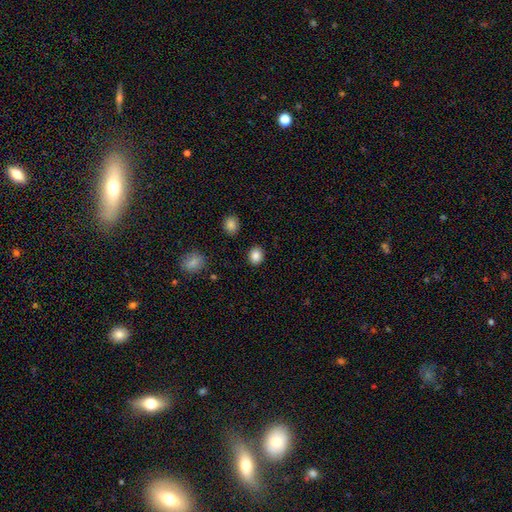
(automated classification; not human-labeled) smooth 86%, star or artifact 10%, featured or disk 4%. Down the decision tree: how rounded — round (67%); merging — none (89%).